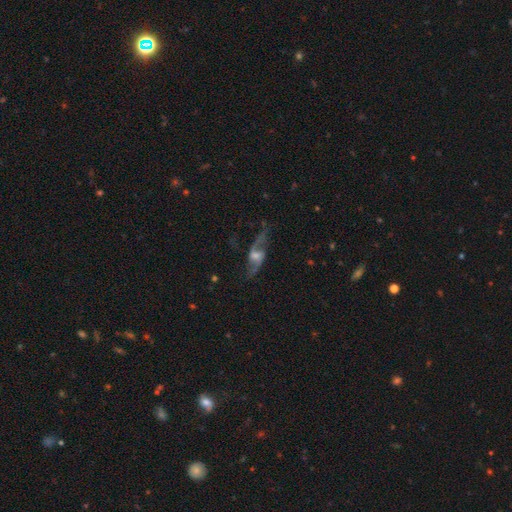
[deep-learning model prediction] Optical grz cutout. It shows a featured or disk galaxy (80%) with a weak bar (47%), 2 (90%) loose (72%) spiral arms (92%) and a moderate central bulge (43%). Merging: none (69%).